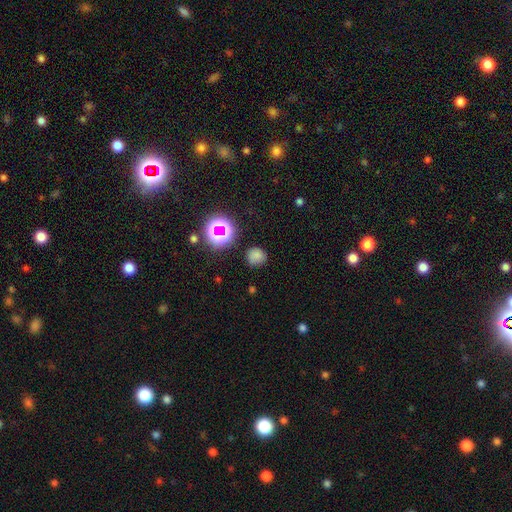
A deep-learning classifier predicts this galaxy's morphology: Overall: smooth (72%). How rounded: round (86%). Merging: none (78%).